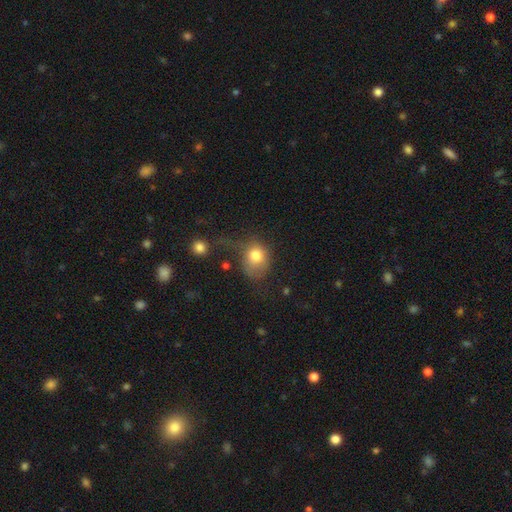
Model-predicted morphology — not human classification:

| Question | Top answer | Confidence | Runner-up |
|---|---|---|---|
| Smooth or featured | smooth | 77% | featured or disk (13%) |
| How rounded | round | 61% | in between (38%) |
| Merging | major disturbance | 32% | tied: none (32%) |